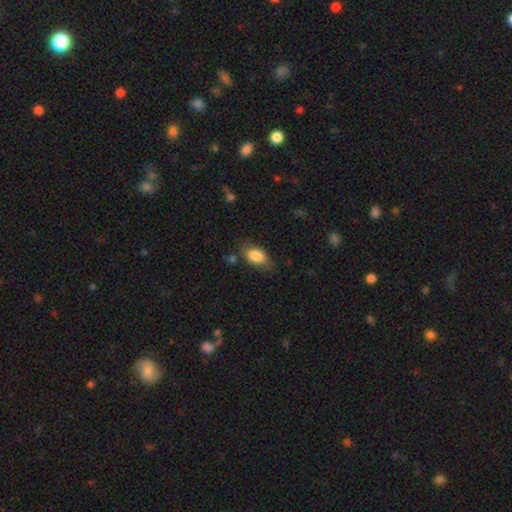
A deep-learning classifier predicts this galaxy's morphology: smooth_or_featured: smooth (p=0.82) [alt: featured or disk p=0.11]
how_rounded: in between (p=0.89) [alt: round p=0.08]
merging: none (p=0.71) [alt: minor disturbance p=0.20]